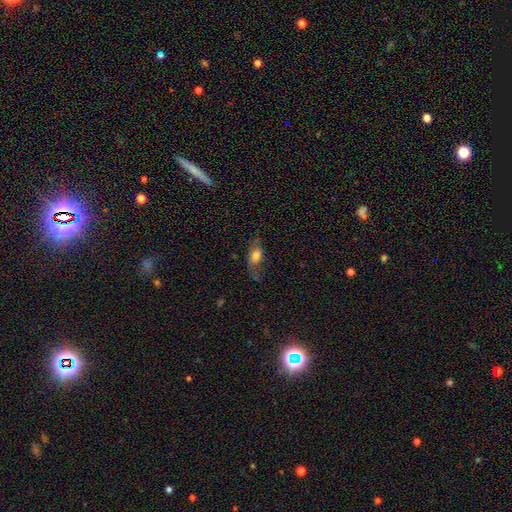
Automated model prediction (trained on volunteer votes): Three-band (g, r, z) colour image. It shows a smooth galaxy with no disk features (68%) that is in between round and cigar-shaped (80%). Merging: none (56%).